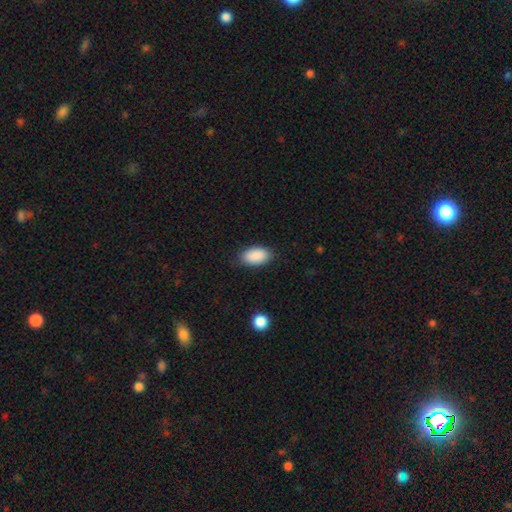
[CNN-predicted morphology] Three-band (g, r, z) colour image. It shows a smooth galaxy with no disk features (90%) that is in between round and cigar-shaped (94%). Merging: none (86%).